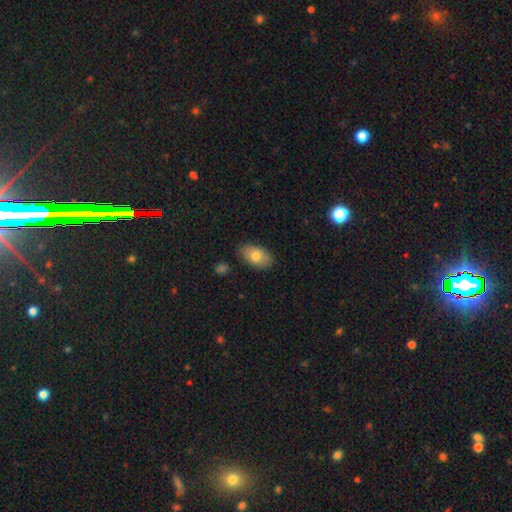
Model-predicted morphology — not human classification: Smooth or featured? smooth (77%)
How rounded? in between (92%)
Merging? none (82%)